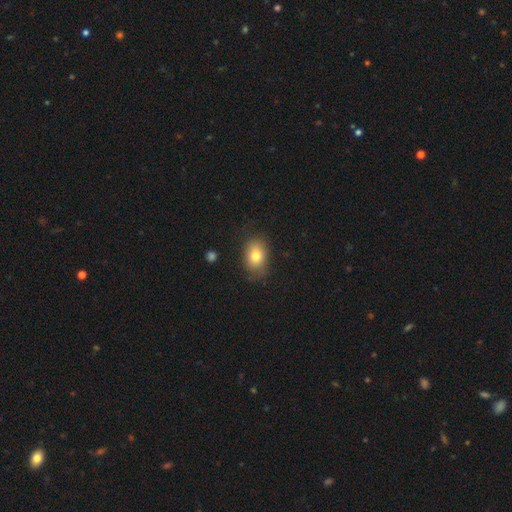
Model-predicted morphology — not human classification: The model was most divided on "how rounded": in between: 72%, round: 27%, cigar-shaped: 1%. More confident: smooth or featured — smooth (78%); merging — none (74%).